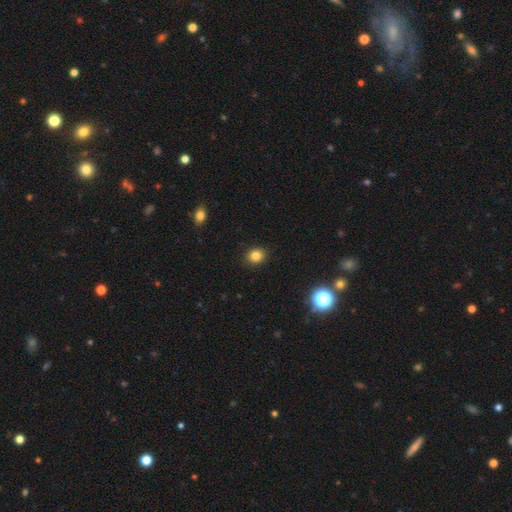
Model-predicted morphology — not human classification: smooth 83%, star or artifact 12%, featured or disk 5%. Down the decision tree: how rounded — round (72%); merging — none (90%).